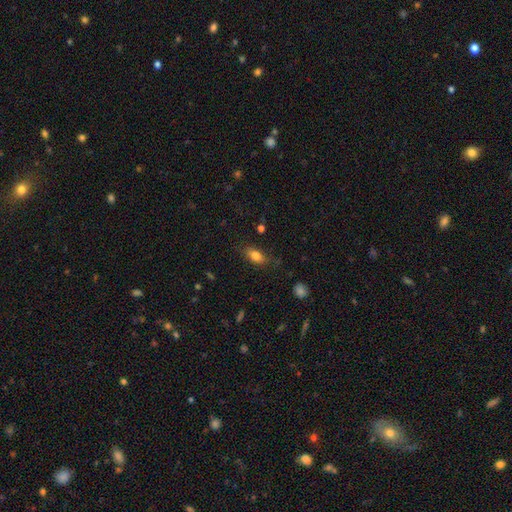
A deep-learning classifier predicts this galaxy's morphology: This is clearly a smooth galaxy (80%). How rounded: clearly in between (84%). Merging: likely none (78%).